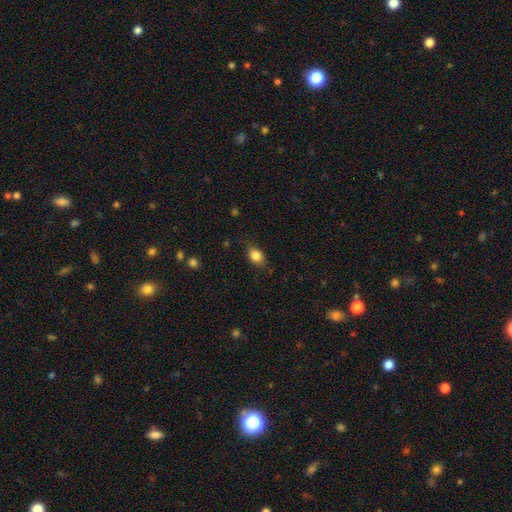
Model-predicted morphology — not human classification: Smooth or featured: smooth — 84% (star or artifact — 9%)
How rounded: in between — 78% (round — 20%)
Merging: none — 80% (minor disturbance — 16%)